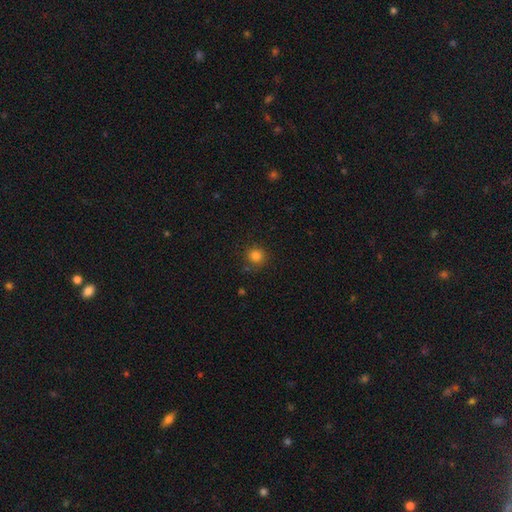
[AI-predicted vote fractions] Morphology: type=smooth (83%); roundness=round (93%); merging=none (83%).